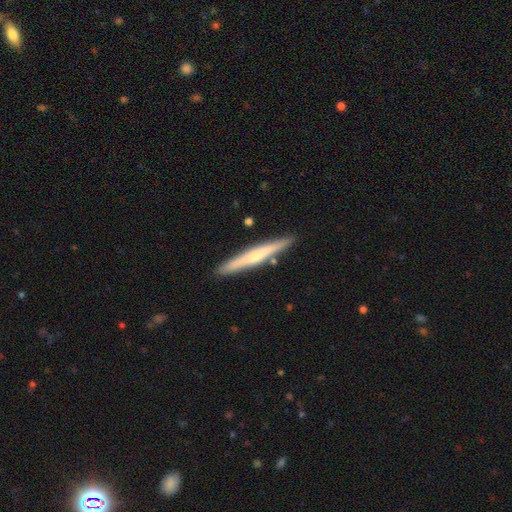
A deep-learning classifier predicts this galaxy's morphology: Smooth or featured?
  - featured or disk: 57% *
  - smooth: 36%
  - star or artifact: 7%
Edge-on disk?
  - yes: 97% *
  - no: 3%
Edge-on bulge?
  - rounded: 56% *
  - none: 36%
  - boxy: 8%
Merging?
  - none: 91% *
  - minor disturbance: 7%
  - major disturbance: 1%
  - merger: 1%